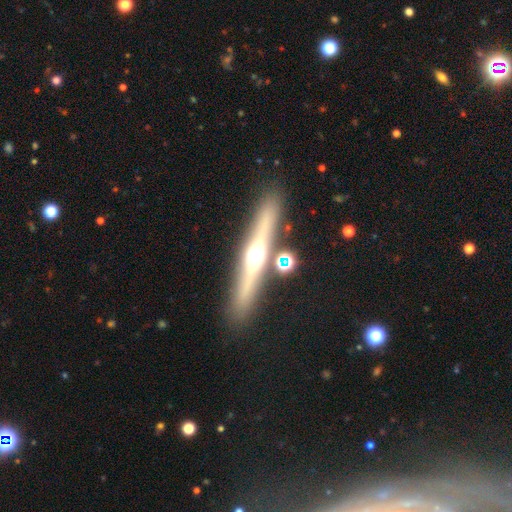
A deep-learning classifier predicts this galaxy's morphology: smooth-or-featured: featured or disk: 68% | smooth: 23% | star or artifact: 9%
  disk-edge-on: yes: 95% | no: 5%
    edge-on-bulge: rounded: 92% | boxy: 4% | none: 4%
  merging: none: 85% | minor disturbance: 8% | merger: 4% | major disturbance: 2%